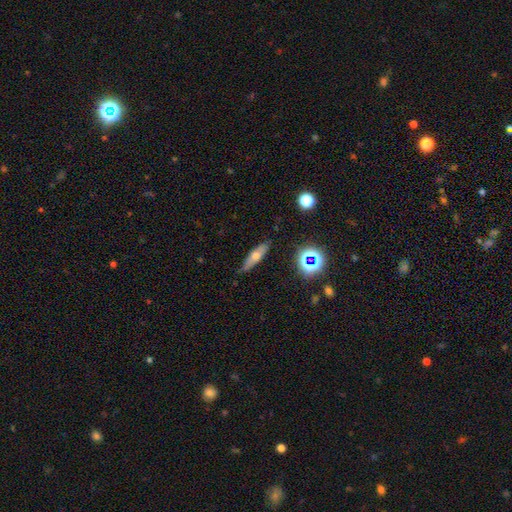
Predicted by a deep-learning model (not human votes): smooth 51%, featured or disk 38%, star or artifact 11%. Down the decision tree: how rounded — cigar-shaped (60%); merging — none (80%).